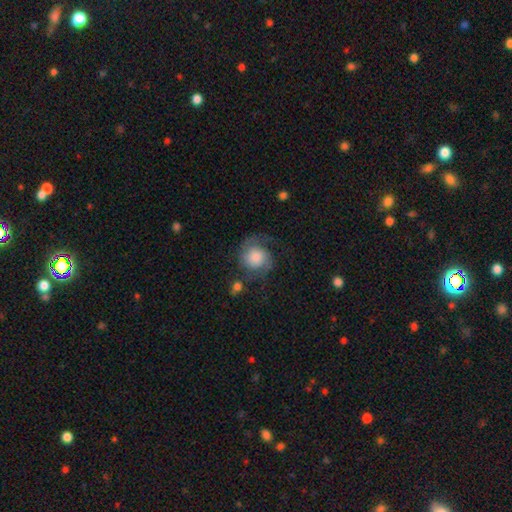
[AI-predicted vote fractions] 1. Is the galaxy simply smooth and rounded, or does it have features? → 58% featured or disk, 34% smooth, 8% star or artifact.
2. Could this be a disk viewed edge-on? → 98% no, 2% yes.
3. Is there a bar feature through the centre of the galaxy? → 75% no, 22% weak, 3% strong.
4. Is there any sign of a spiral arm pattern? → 91% yes, 9% no.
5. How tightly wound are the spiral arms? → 43% medium, 30% loose, 27% tight.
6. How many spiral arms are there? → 72% 2, 12% 1, 8% can't tell, 4% 3, 2% 4, 2% more than 4.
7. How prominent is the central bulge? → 40% large, 23% moderate, 13% dominant, 13% small, 12% none.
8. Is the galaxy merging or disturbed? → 59% none, 20% minor disturbance, 17% major disturbance, 4% merger.